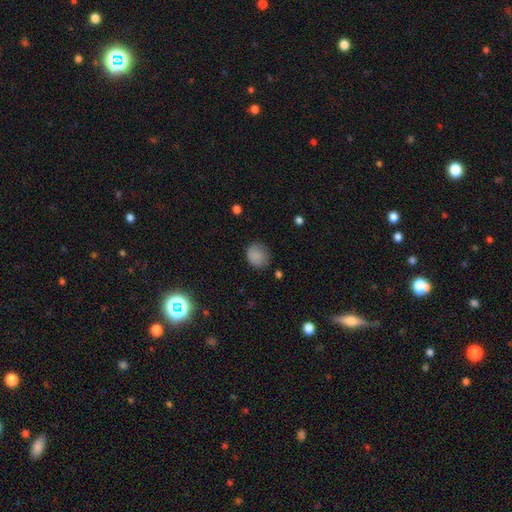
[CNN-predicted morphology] Q: Smooth or featured?
A: smooth (85%); runner-up: star or artifact (10%)
Q: How rounded?
A: round (75%); runner-up: in between (24%)
Q: Merging?
A: none (76%); runner-up: minor disturbance (18%)